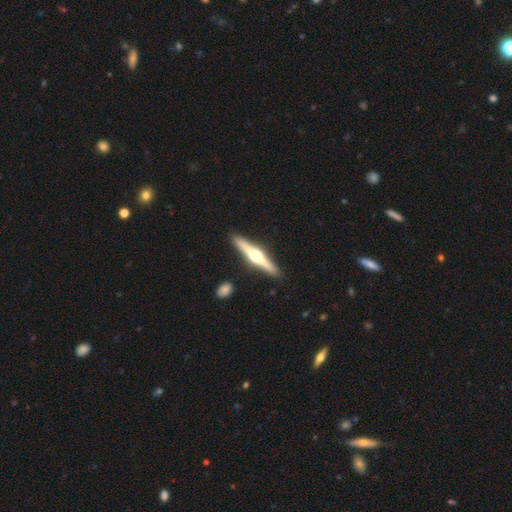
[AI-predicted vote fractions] smooth_or_featured: featured or disk (p=0.74) [alt: smooth p=0.22]
disk_edge_on: yes (p=0.98) [alt: no p=0.02]
edge_on_bulge: rounded (p=0.95) [alt: boxy p=0.03]
merging: none (p=0.90) [alt: minor disturbance p=0.07]